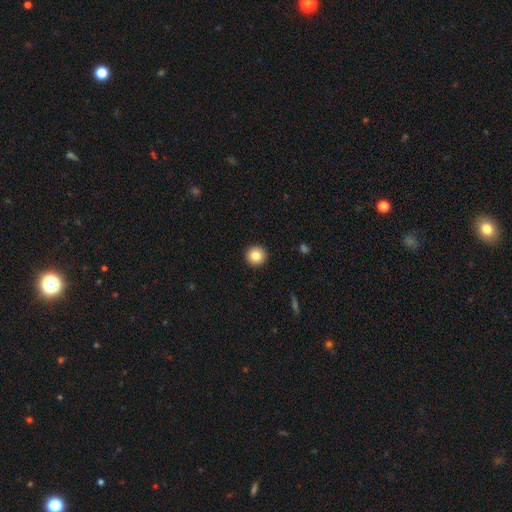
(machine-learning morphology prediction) A smooth galaxy with no disk features (83%) that is round (95%). Merging: none (93%).